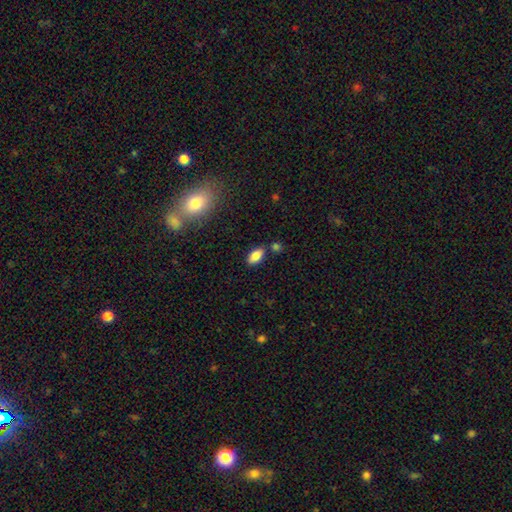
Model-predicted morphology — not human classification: Smooth or featured?
  - smooth: 84% *
  - star or artifact: 8%
  - featured or disk: 7%
How rounded?
  - in between: 91% *
  - cigar-shaped: 5%
  - round: 4%
Merging?
  - none: 77% *
  - minor disturbance: 11%
  - merger: 9%
  - major disturbance: 3%